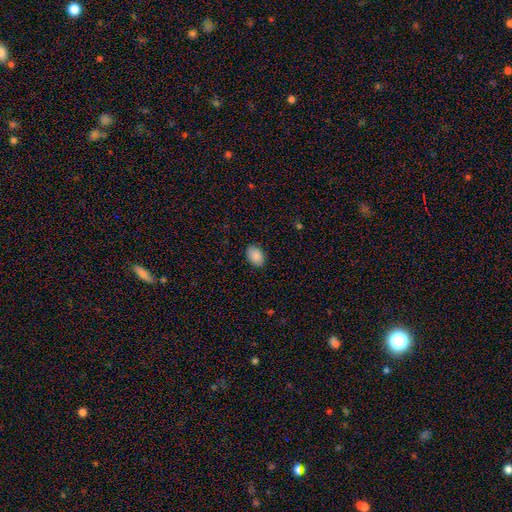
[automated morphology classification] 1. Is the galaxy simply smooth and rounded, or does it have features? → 90% smooth, 7% star or artifact, 3% featured or disk.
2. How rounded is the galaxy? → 86% in between, 13% round, 1% cigar-shaped.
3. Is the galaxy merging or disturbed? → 88% none, 9% minor disturbance, 2% major disturbance, 1% merger.